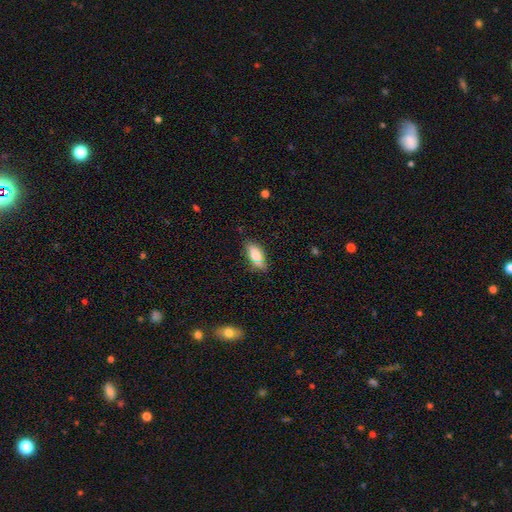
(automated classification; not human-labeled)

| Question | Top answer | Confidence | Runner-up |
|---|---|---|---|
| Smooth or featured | smooth | 75% | featured or disk (16%) |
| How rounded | in between | 84% | cigar-shaped (12%) |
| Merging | none | 72% | minor disturbance (19%) |